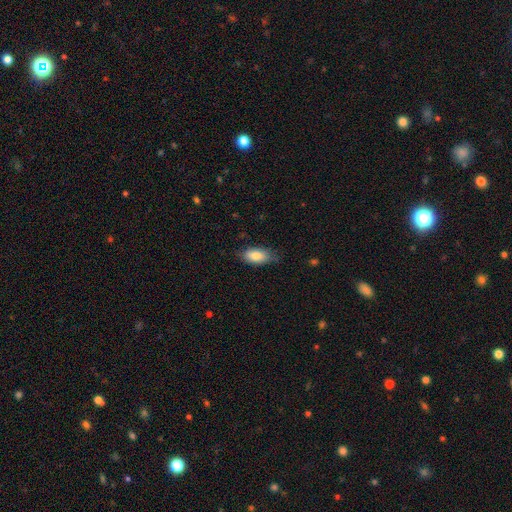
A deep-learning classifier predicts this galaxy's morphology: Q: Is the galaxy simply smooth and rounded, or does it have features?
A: smooth — 83%.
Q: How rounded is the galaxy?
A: in between — 91%.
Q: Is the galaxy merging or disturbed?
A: none — 71%.